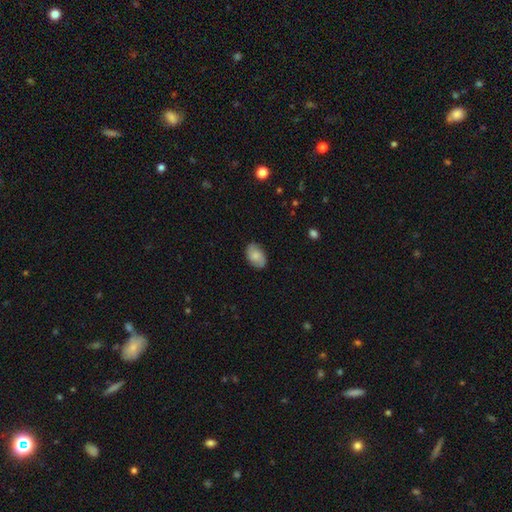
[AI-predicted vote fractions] This is likely a smooth galaxy (62%). How rounded: clearly in between (88%). Merging: clearly none (81%).